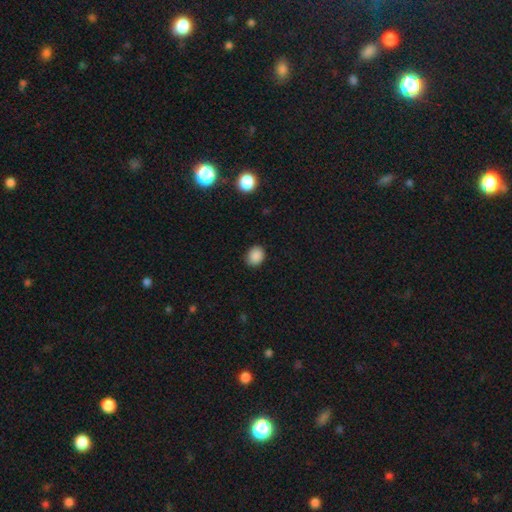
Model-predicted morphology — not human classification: This appears to be a smooth galaxy with no disk features (88%) that is round (52%). Merging: none (87%).